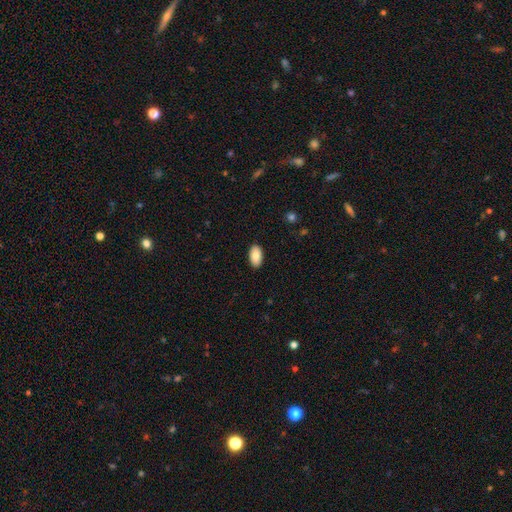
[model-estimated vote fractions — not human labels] Smooth or featured: smooth — 87% (featured or disk — 7%)
How rounded: in between — 95% (round — 3%)
Merging: none — 89% (minor disturbance — 8%)